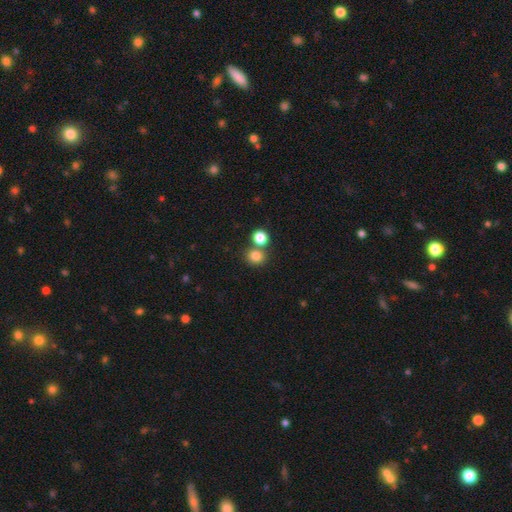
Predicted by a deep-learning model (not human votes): A smooth galaxy with no disk features (81%) that is round (83%). Merging: none (62%).